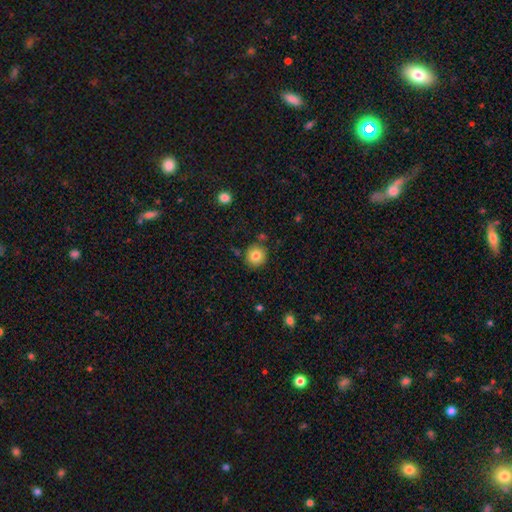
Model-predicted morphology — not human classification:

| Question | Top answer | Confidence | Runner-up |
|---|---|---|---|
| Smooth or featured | smooth | 82% | star or artifact (10%) |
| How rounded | round | 92% | in between (7%) |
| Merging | none | 83% | minor disturbance (10%) |